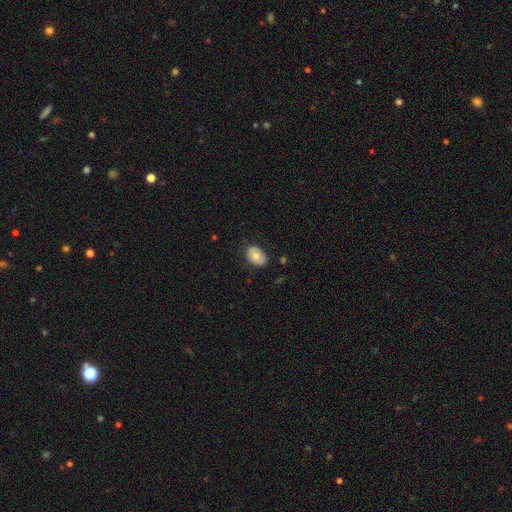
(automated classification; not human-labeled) smooth-or-featured: smooth: 67% | featured or disk: 25% | star or artifact: 7%
  how-rounded: in between: 79% | round: 20% | cigar-shaped: 1%
  merging: none: 78% | minor disturbance: 17% | major disturbance: 3% | merger: 1%